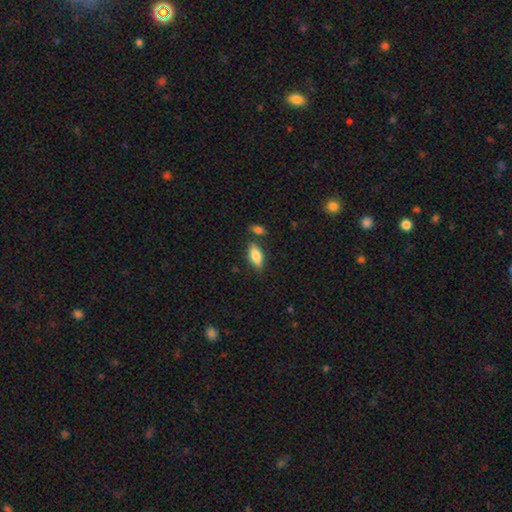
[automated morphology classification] Smooth or featured: smooth — 79% (featured or disk — 14%)
How rounded: in between — 81% (cigar-shaped — 16%)
Merging: none — 74% (minor disturbance — 14%)